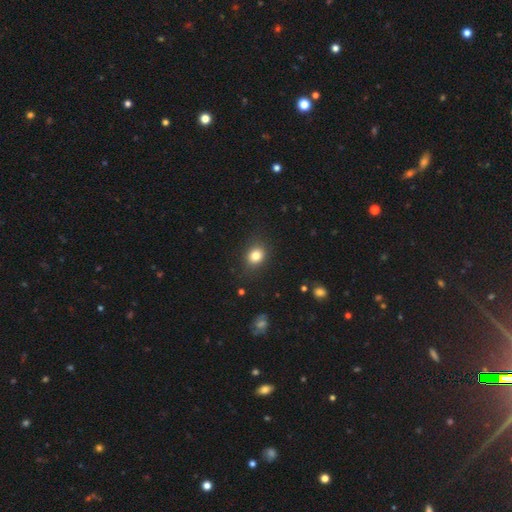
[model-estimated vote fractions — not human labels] smooth_or_featured: smooth (p=0.82) [alt: star or artifact p=0.11]
how_rounded: round (p=0.57) [alt: in between p=0.42]
merging: none (p=0.83) [alt: minor disturbance p=0.12]